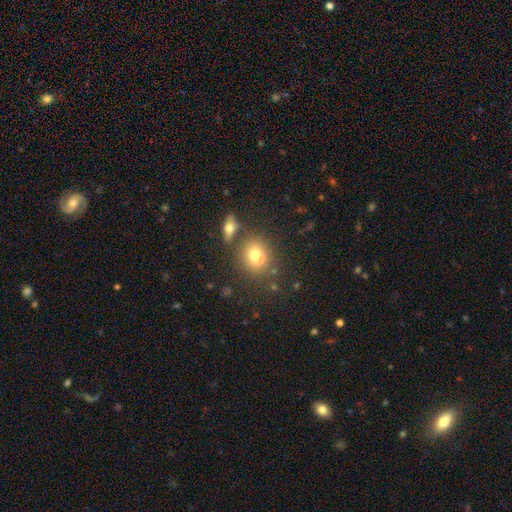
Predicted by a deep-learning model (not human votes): smooth-or-featured: smooth: 66% | featured or disk: 21% | star or artifact: 13%
  how-rounded: round: 69% | in between: 30% | cigar-shaped: 1%
  merging: none: 45% | merger: 40% | minor disturbance: 10% | major disturbance: 4%